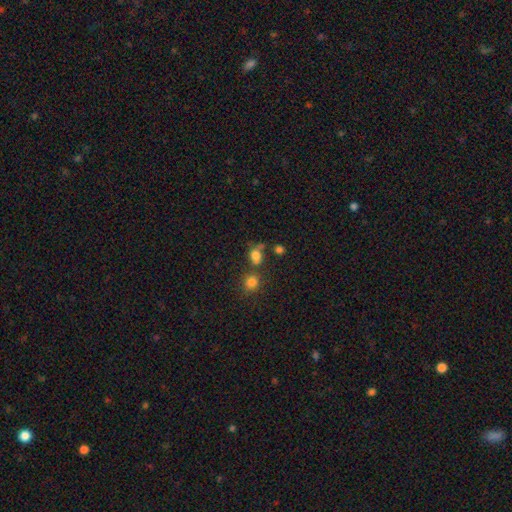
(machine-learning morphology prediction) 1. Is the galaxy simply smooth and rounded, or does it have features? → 74% smooth, 16% star or artifact, 10% featured or disk.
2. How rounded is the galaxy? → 50% round, 48% in between, 2% cigar-shaped.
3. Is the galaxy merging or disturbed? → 44% none, 28% merger, 17% minor disturbance, 11% major disturbance.